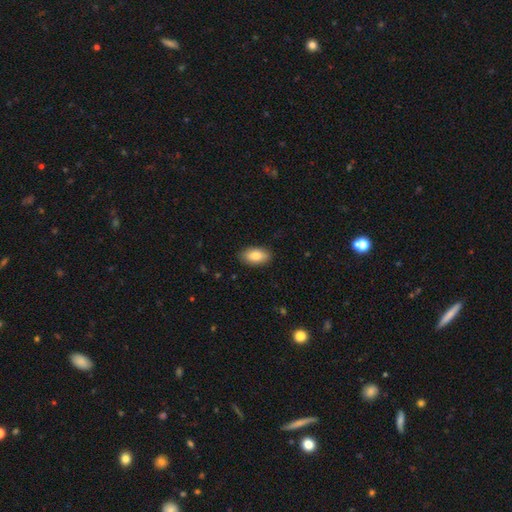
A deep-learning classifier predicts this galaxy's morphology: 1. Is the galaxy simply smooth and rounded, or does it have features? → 86% smooth, 8% featured or disk, 6% star or artifact.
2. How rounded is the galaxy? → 94% in between, 4% round, 3% cigar-shaped.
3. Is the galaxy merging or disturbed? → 88% none, 9% minor disturbance, 2% major disturbance, 1% merger.